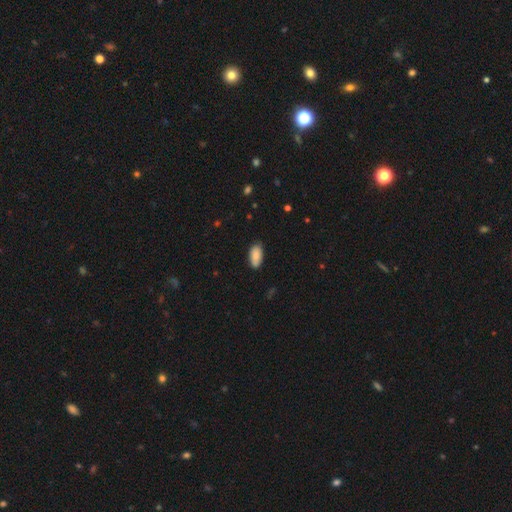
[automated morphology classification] Smooth or featured? smooth (86%)
How rounded? in between (93%)
Merging? none (82%)